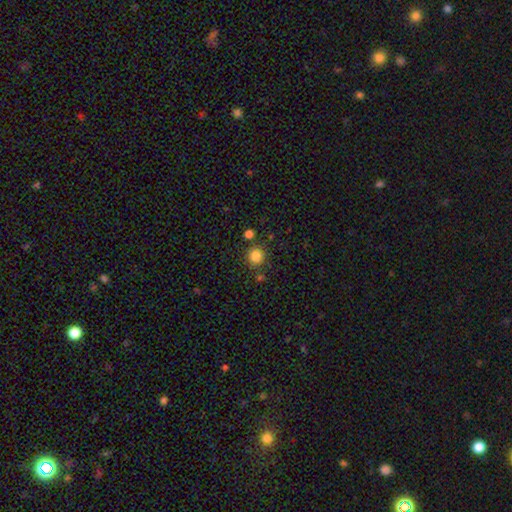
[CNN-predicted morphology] smooth 84%, star or artifact 11%, featured or disk 4%. Down the decision tree: how rounded — round (92%); merging — none (83%).